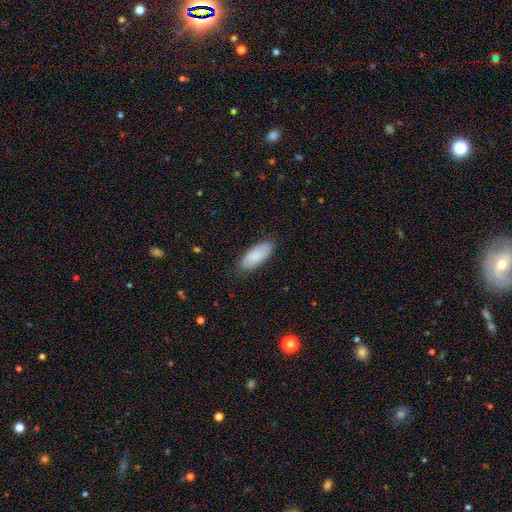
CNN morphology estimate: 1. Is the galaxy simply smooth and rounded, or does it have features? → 86% smooth, 9% featured or disk, 6% star or artifact.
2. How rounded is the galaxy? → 81% in between, 17% cigar-shaped, 2% round.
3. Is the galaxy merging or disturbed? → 83% none, 14% minor disturbance, 2% major disturbance, 1% merger.